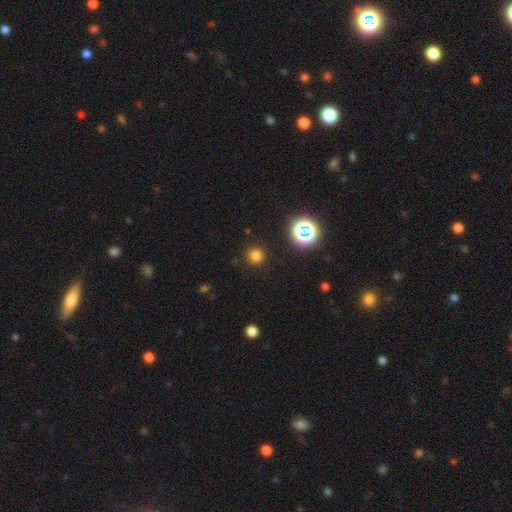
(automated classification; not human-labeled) Smooth or featured? smooth (74%)
How rounded? round (95%)
Merging? none (90%)